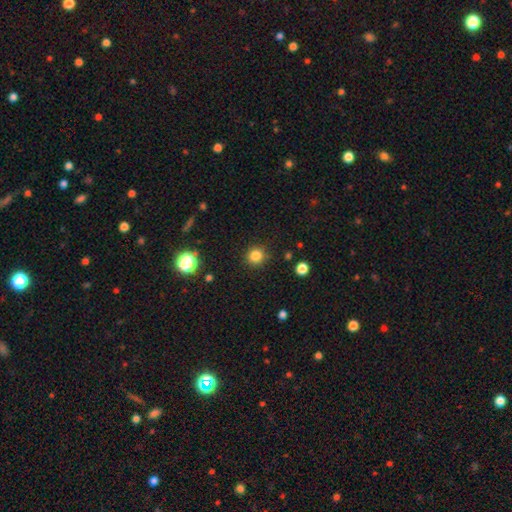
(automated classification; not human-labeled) Overall: smooth (82%). How rounded: round (93%). Merging: none (89%).